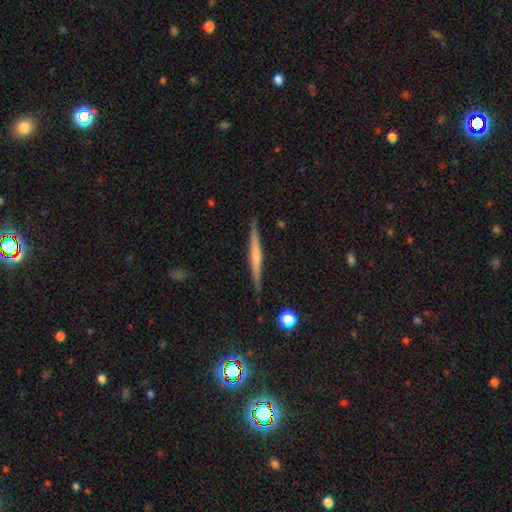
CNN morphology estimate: A featured or disk galaxy (57%) viewed edge-on (98%) with no central bulge (52%). Merging: none (90%).